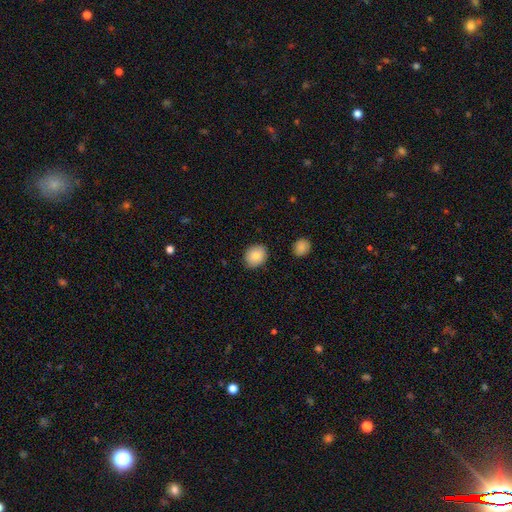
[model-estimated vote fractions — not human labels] smooth_or_featured: smooth (p=0.86) [alt: star or artifact p=0.08]
how_rounded: round (p=0.56) [alt: in between p=0.43]
merging: none (p=0.85) [alt: minor disturbance p=0.11]